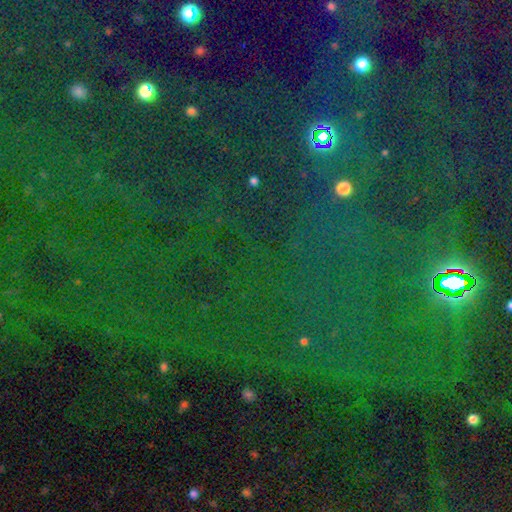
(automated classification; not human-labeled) Overall: star or artifact (83%).